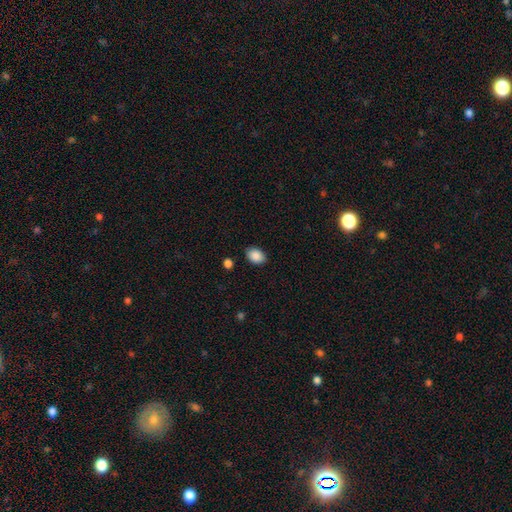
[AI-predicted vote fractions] smooth 89%, star or artifact 7%, featured or disk 3%. Down the decision tree: how rounded — in between (80%); merging — none (85%).